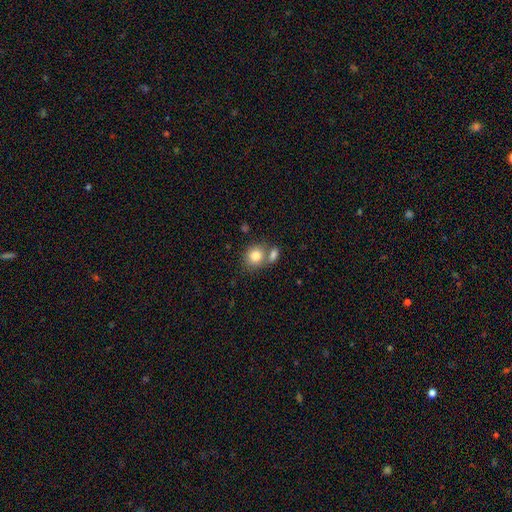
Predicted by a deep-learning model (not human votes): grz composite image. It shows a smooth galaxy with no disk features (83%) that is round (70%). Merging: none (48%).